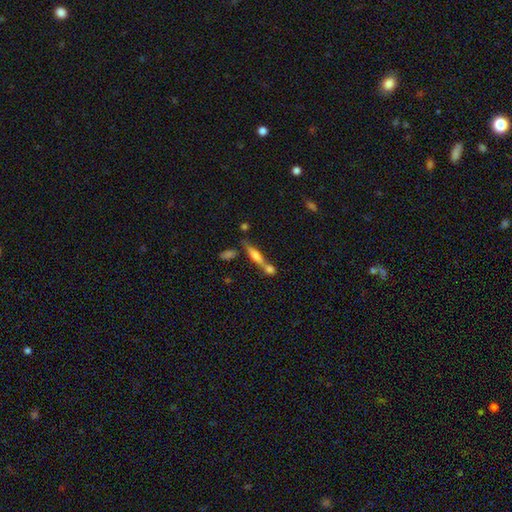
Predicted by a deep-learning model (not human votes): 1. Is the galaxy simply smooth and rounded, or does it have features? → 50% smooth, 41% featured or disk, 9% star or artifact.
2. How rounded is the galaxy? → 77% cigar-shaped, 20% in between, 3% round.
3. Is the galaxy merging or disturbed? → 47% none, 39% merger, 10% minor disturbance, 4% major disturbance.